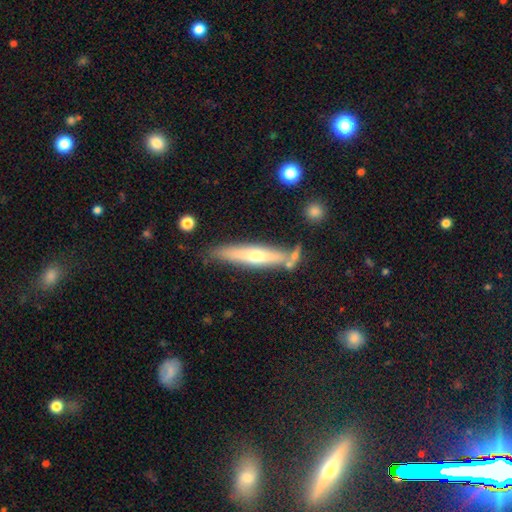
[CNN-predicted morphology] Smooth or featured? featured or disk (50%)
Edge-on disk? yes (88%)
Merging? none (74%)